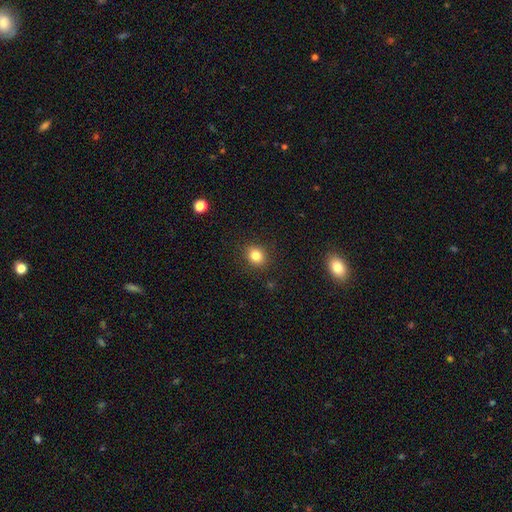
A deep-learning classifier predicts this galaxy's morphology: Smooth or featured? smooth (83%)
How rounded? round (71%)
Merging? none (89%)